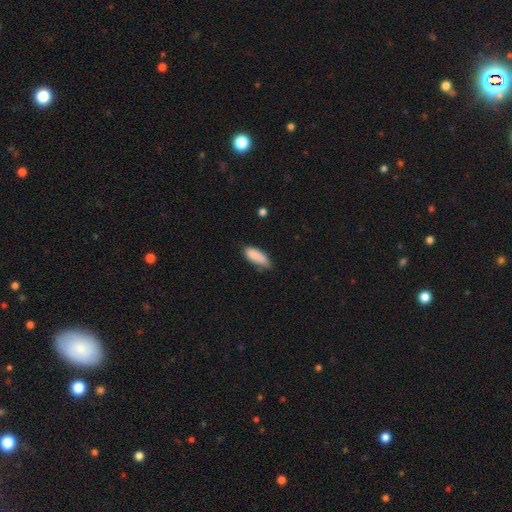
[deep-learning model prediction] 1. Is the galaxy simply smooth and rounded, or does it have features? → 87% smooth, 7% star or artifact, 6% featured or disk.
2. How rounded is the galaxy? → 72% in between, 26% cigar-shaped, 2% round.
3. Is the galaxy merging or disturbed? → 62% none, 30% minor disturbance, 5% major disturbance, 2% merger.